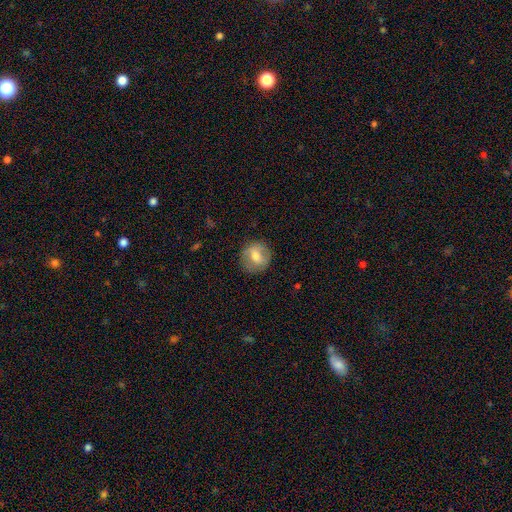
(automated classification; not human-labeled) The model was most divided on "smooth or featured": smooth: 60%, featured or disk: 32%, star or artifact: 8%. More confident: how rounded — round (86%); merging — none (84%).